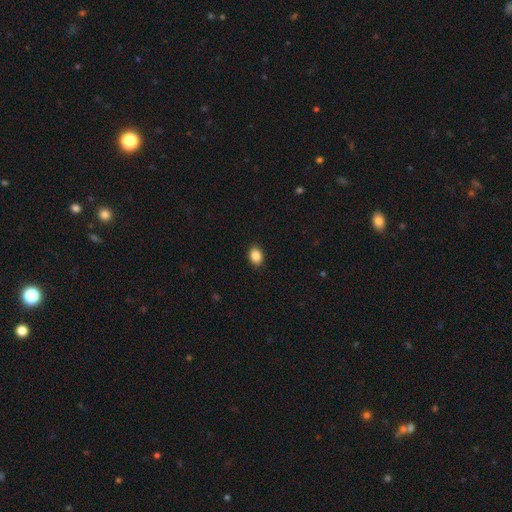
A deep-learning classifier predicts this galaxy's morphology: A smooth galaxy with no disk features (87%) that is in between round and cigar-shaped (67%). Merging: none (90%).